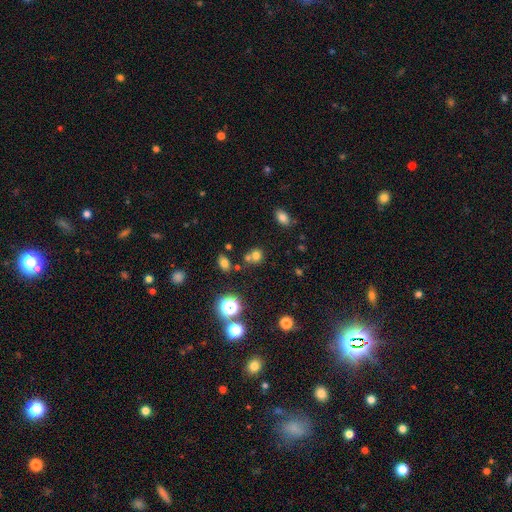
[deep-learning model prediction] smooth-or-featured: smooth: 67% | star or artifact: 23% | featured or disk: 10%
  how-rounded: round: 75% | in between: 24% | cigar-shaped: 1%
  merging: none: 54% | merger: 32% | minor disturbance: 10% | major disturbance: 4%